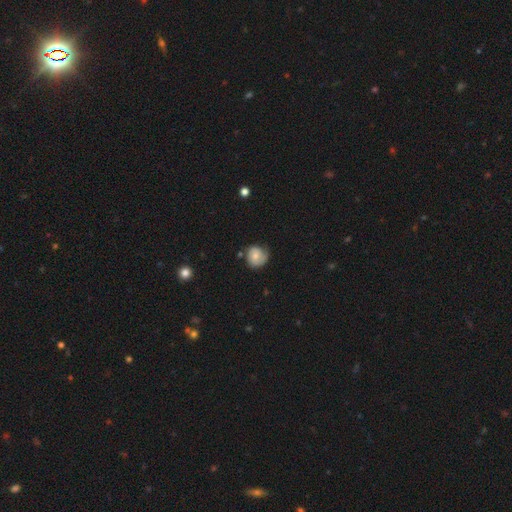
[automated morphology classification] type=smooth (56%); roundness=round (82%); merging=none (59%).